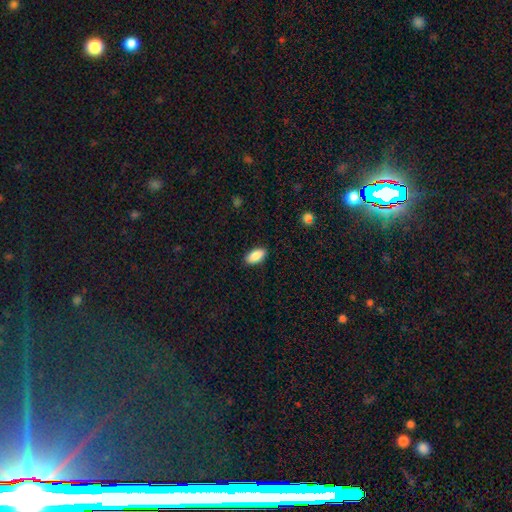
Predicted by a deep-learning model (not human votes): Smooth or featured? smooth (89%)
How rounded? in between (92%)
Merging? none (88%)